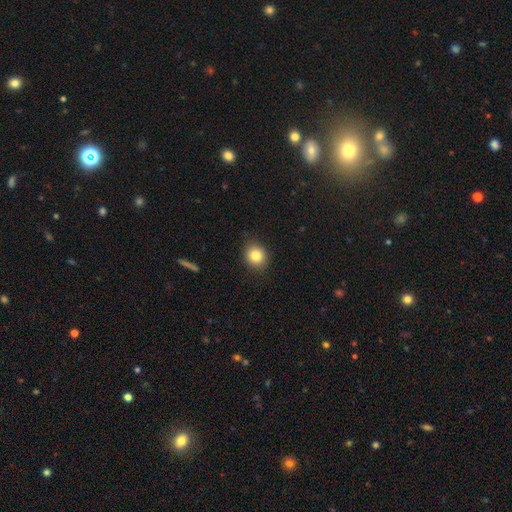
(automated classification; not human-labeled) Overall: smooth (83%). How rounded: round (82%). Merging: none (88%).